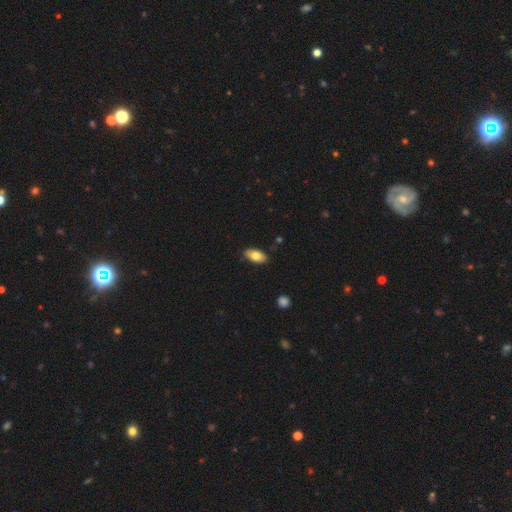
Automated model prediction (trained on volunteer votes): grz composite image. It shows a smooth galaxy with no disk features (77%) that is in between round and cigar-shaped (92%). Merging: none (86%).